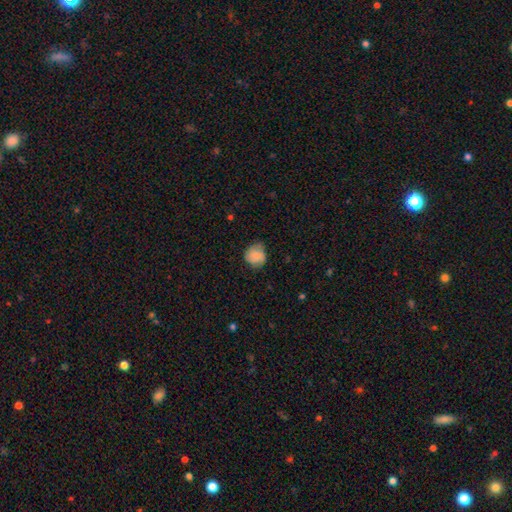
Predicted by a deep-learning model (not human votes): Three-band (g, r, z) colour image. It shows a smooth galaxy with no disk features (78%) that is round (82%). Merging: none (65%).